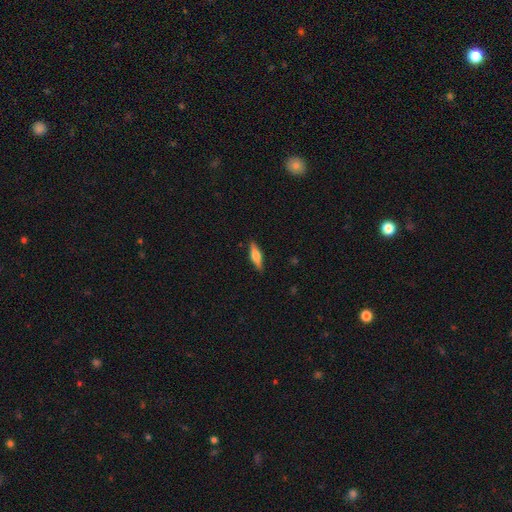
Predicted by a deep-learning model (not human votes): smooth_or_featured: smooth (p=0.48) [alt: featured or disk p=0.45]
merging: none (p=0.88) [alt: minor disturbance p=0.09]